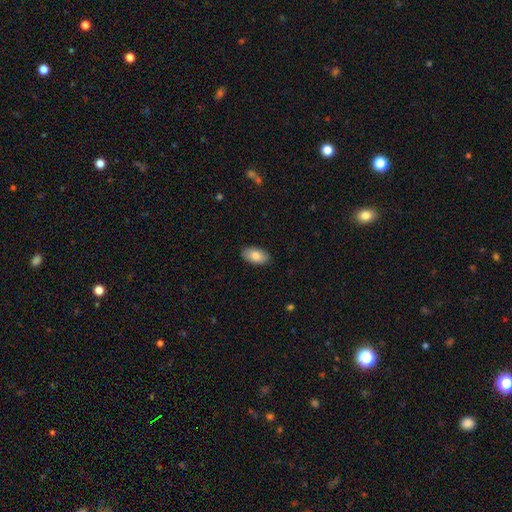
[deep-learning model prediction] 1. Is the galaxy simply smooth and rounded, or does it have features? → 83% smooth, 11% featured or disk, 6% star or artifact.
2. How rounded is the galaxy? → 95% in between, 3% round, 2% cigar-shaped.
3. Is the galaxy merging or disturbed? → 87% none, 10% minor disturbance, 2% major disturbance, 1% merger.